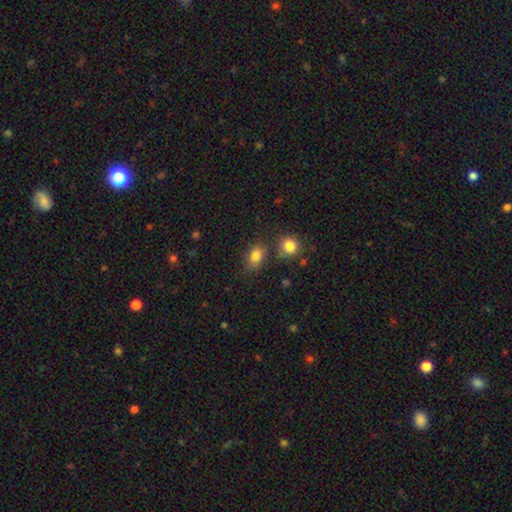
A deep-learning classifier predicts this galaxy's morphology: The model was most divided on "merging": none: 69%, minor disturbance: 17%, merger: 9%, major disturbance: 5%. More confident: smooth or featured — smooth (82%); how rounded — in between (75%).